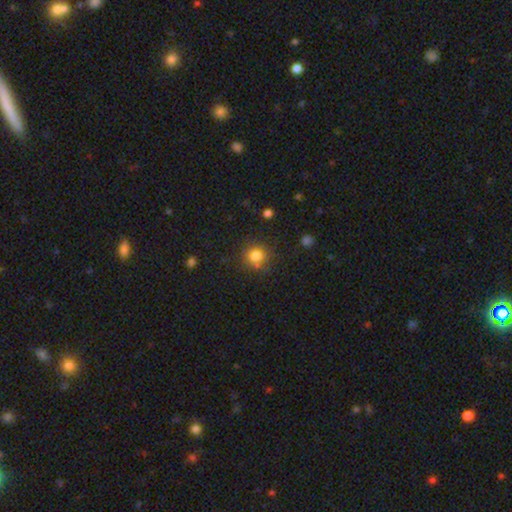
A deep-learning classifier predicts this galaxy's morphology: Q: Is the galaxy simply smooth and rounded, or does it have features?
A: smooth — 81%.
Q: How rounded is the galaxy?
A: round — 90%.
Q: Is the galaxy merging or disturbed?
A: none — 77%.